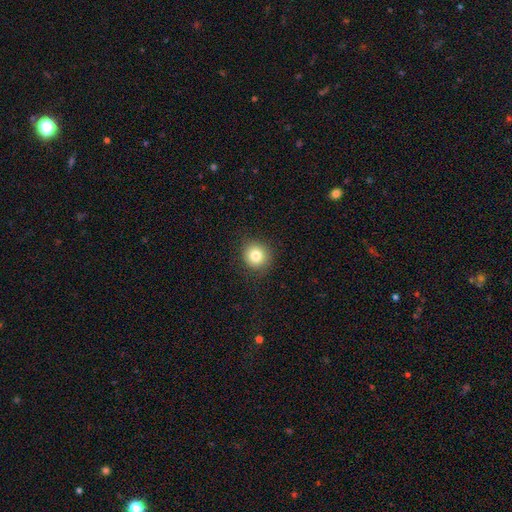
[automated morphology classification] Smooth or featured? smooth (81%)
How rounded? round (90%)
Merging? none (89%)